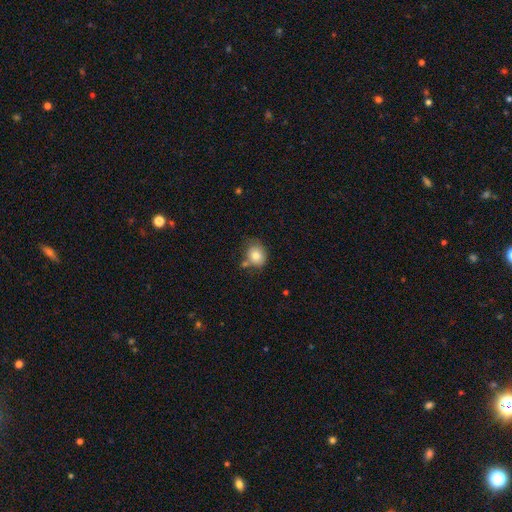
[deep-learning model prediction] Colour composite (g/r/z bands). It shows a smooth galaxy with no disk features (79%) that is round (60%). Merging: none (59%).